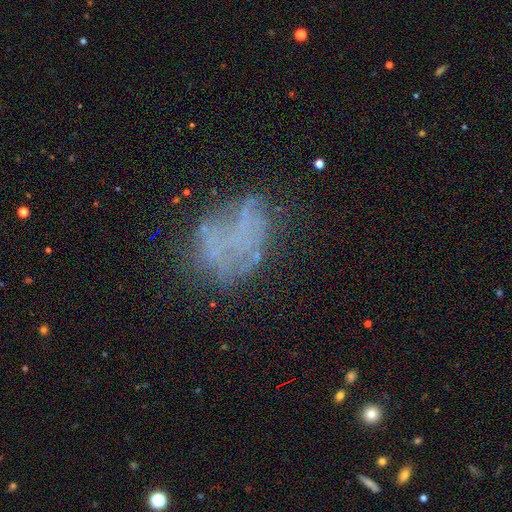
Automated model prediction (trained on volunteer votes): featured or disk 49%, smooth 27%, star or artifact 24%. Down the decision tree: merging — none (43%).